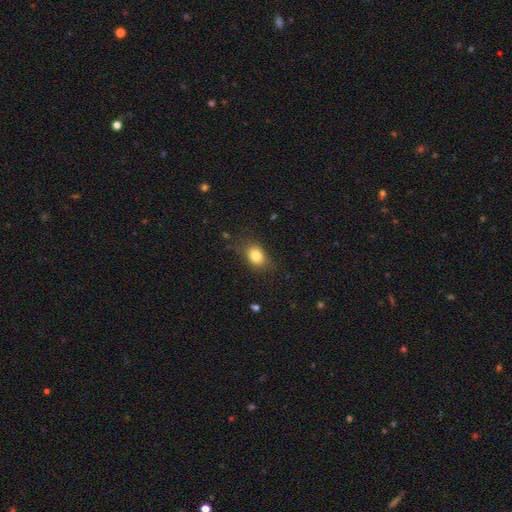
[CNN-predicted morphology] smooth 82%, star or artifact 10%, featured or disk 8%. Down the decision tree: how rounded — in between (65%); merging — none (78%).